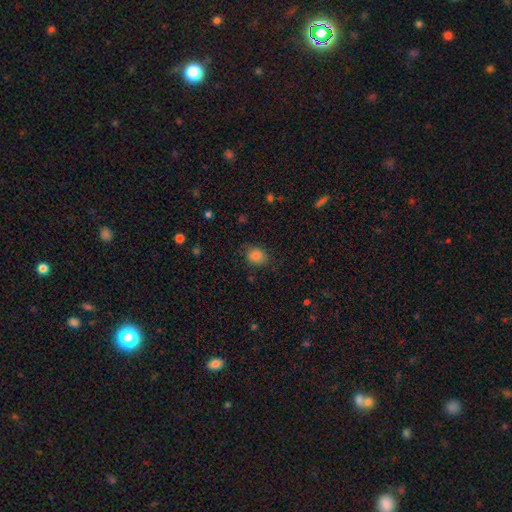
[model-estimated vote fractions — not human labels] smooth-or-featured: smooth: 83% | star or artifact: 10% | featured or disk: 6%
  how-rounded: round: 54% | in between: 45% | cigar-shaped: 1%
  merging: none: 76% | minor disturbance: 18% | major disturbance: 5% | merger: 1%